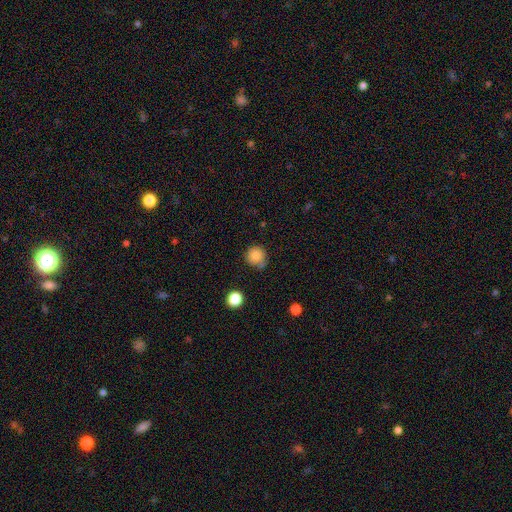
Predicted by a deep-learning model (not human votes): smooth 85%, star or artifact 10%, featured or disk 5%. Down the decision tree: how rounded — round (93%); merging — none (72%).